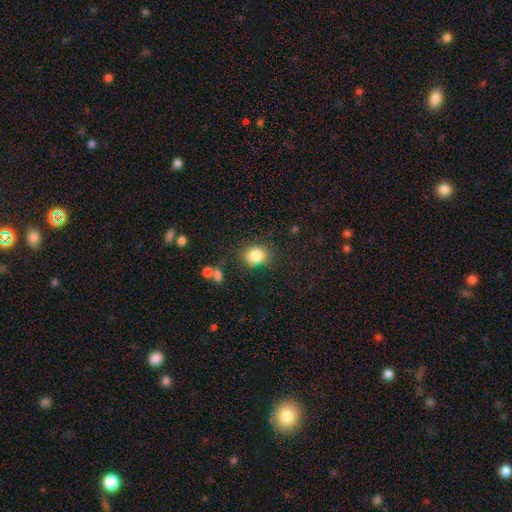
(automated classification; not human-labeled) A smooth galaxy with no disk features (84%) that is round (52%).

Vote fractions:
- Smooth or featured? smooth: 84% / star or artifact: 10% / featured or disk: 6%
- How rounded? round: 52% / in between: 47% / cigar-shaped: 1%
- Merging? none: 77% / minor disturbance: 15% / major disturbance: 5% / merger: 4%